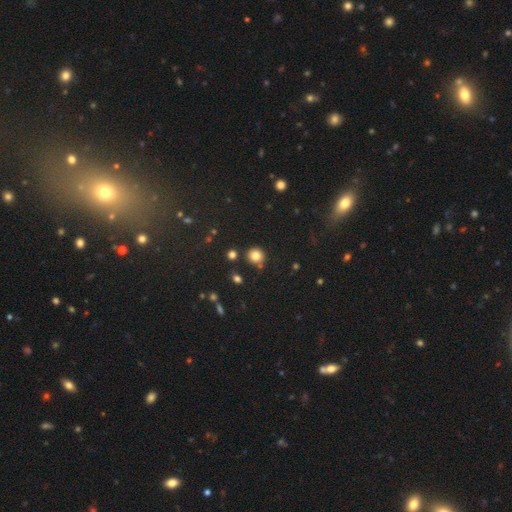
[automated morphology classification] A smooth galaxy with no disk features (80%) that is round (90%). Merging: none (81%).